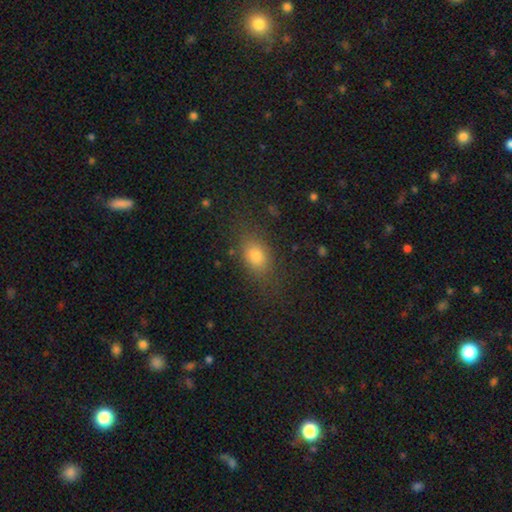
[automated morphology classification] smooth-or-featured: smooth: 78% | star or artifact: 12% | featured or disk: 10%
  how-rounded: in between: 72% | round: 23% | cigar-shaped: 5%
  merging: none: 77% | minor disturbance: 15% | major disturbance: 7% | merger: 2%